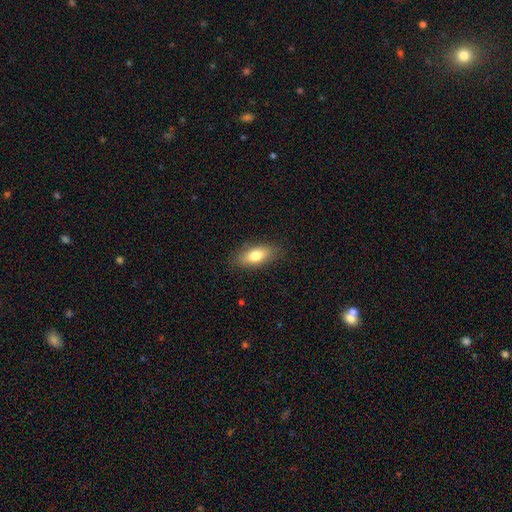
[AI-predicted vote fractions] A smooth galaxy with no disk features (77%) that is in between round and cigar-shaped (80%). Merging: none (85%).